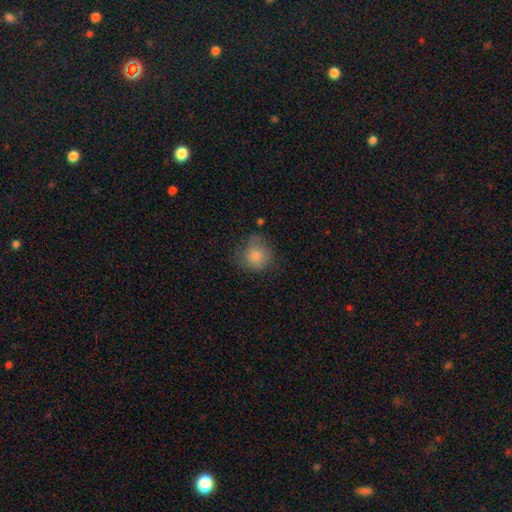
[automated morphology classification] A smooth galaxy with no disk features (83%) that is round (84%).

Vote fractions:
- Smooth or featured? smooth: 83% / star or artifact: 9% / featured or disk: 8%
- How rounded? round: 84% / in between: 15% / cigar-shaped: 1%
- Merging? none: 61% / minor disturbance: 26% / major disturbance: 10% / merger: 3%